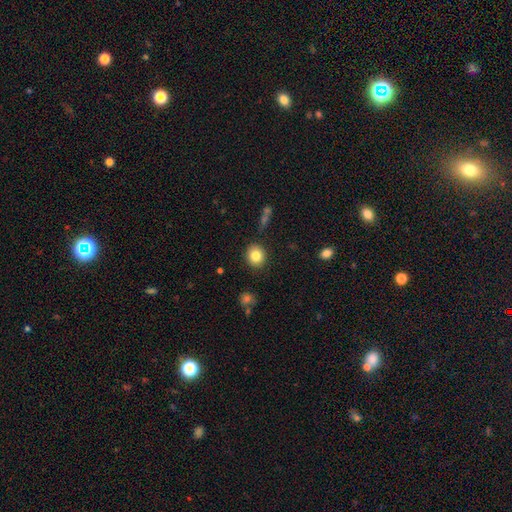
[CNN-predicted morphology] smooth-or-featured: smooth: 83% | star or artifact: 10% | featured or disk: 7%
  how-rounded: round: 81% | in between: 18% | cigar-shaped: 1%
  merging: none: 89% | minor disturbance: 7% | major disturbance: 2% | merger: 2%